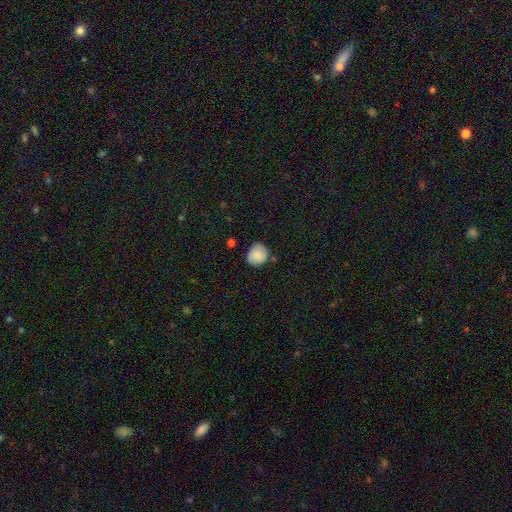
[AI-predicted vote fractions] This appears to be a smooth galaxy with no disk features (83%) that is round (75%). Merging: none (69%).